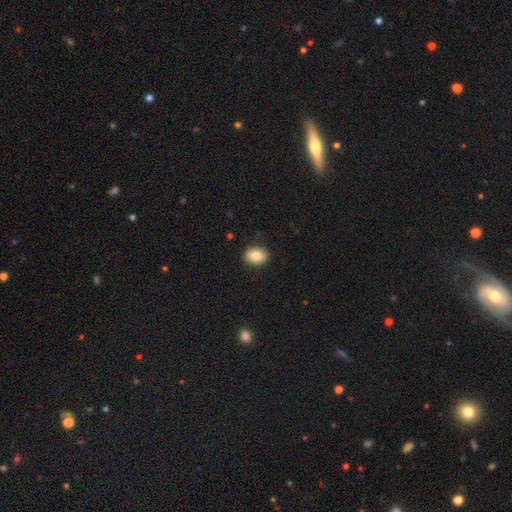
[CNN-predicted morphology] Overall: smooth (83%). How rounded: in between (57%; round 42%). Merging: none (88%).